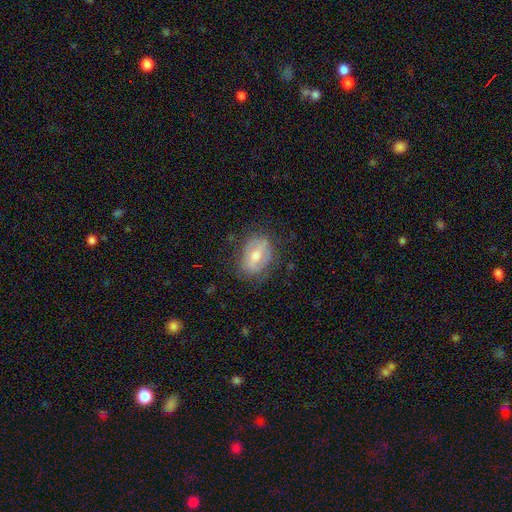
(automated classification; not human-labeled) The model was most divided on "smooth or featured": featured or disk: 51%, smooth: 40%, star or artifact: 8%. More confident: edge-on disk — no (93%); merging — none (71%).